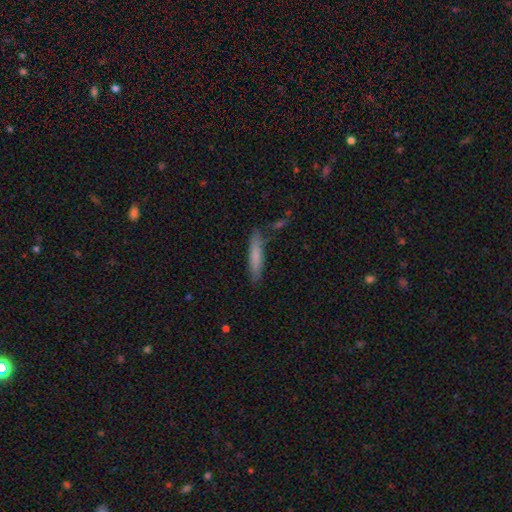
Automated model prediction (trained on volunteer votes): smooth_or_featured: smooth (p=0.74) [alt: featured or disk p=0.19]
how_rounded: cigar-shaped (p=0.89) [alt: in between p=0.10]
merging: none (p=0.81) [alt: minor disturbance p=0.13]